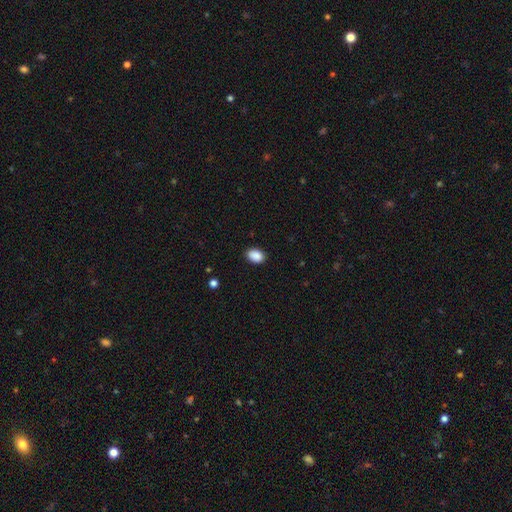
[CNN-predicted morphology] A smooth galaxy with no disk features (89%) that is in between round and cigar-shaped (79%). Merging: none (87%).